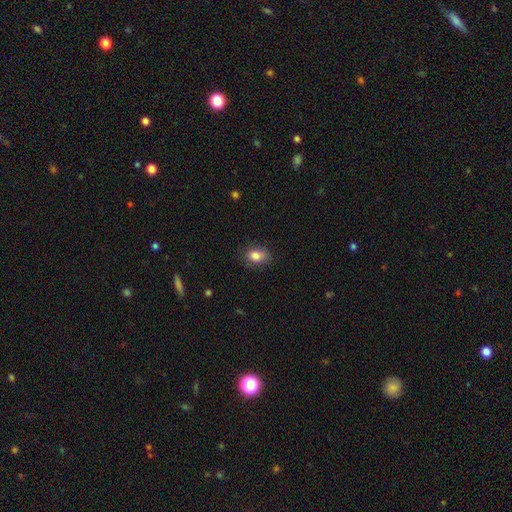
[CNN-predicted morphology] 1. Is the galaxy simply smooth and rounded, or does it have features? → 83% smooth, 9% star or artifact, 8% featured or disk.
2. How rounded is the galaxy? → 70% in between, 29% round, 1% cigar-shaped.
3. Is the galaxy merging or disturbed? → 76% none, 19% minor disturbance, 4% major disturbance, 1% merger.